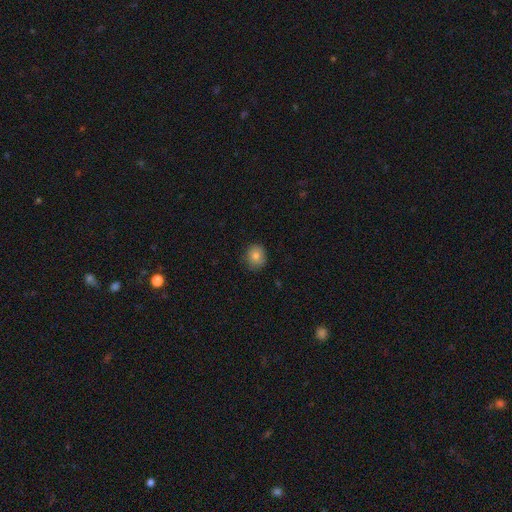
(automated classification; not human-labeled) Smooth or featured? smooth (80%)
How rounded? round (79%)
Merging? none (83%)